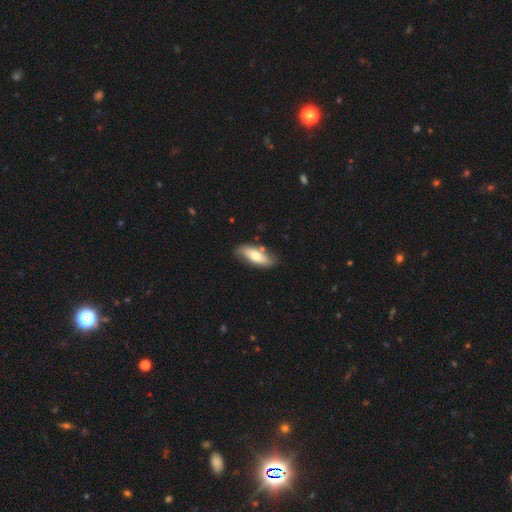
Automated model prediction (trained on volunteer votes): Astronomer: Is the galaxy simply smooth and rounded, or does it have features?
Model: smooth — 62%.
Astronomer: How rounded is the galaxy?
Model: in between — 75%.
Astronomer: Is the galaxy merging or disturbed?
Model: none — 75%.